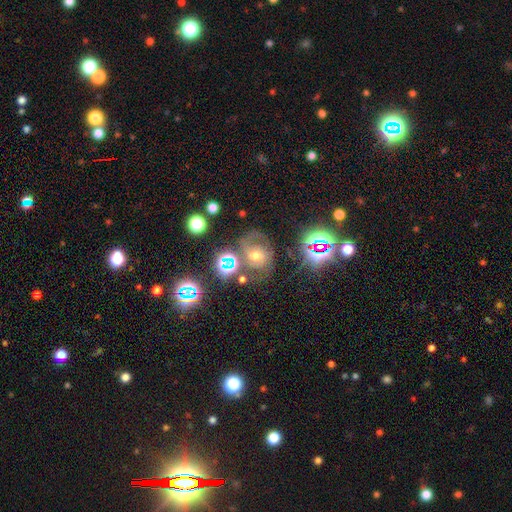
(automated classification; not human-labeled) A featured or disk galaxy (58%) with no bar (57%), spiral arms (86%) and a moderate central bulge (63%). Merging: none (54%).